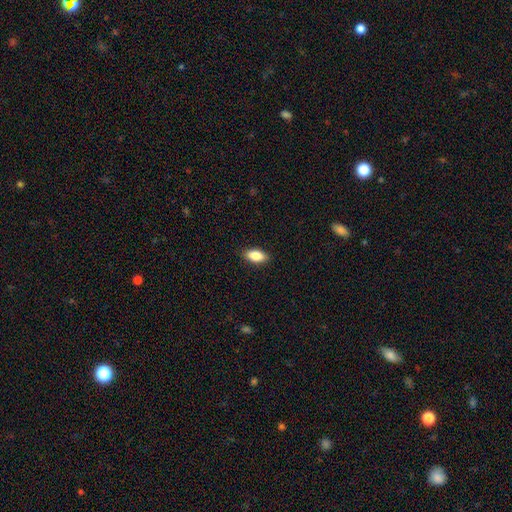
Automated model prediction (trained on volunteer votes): Smooth or featured? smooth (84%)
How rounded? in between (89%)
Merging? none (89%)